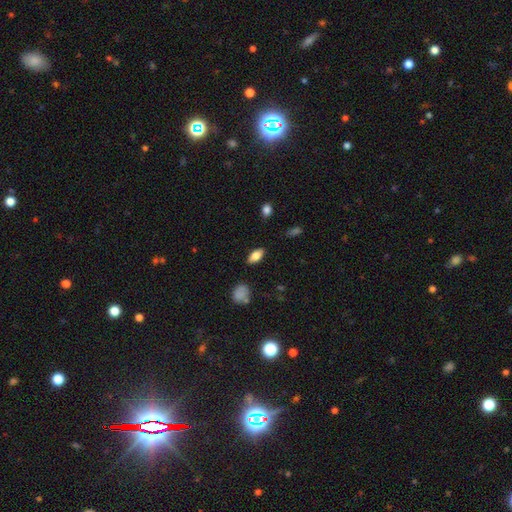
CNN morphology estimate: Smooth or featured? Predicted: smooth (p=0.77). How rounded? Predicted: in between (p=0.88). Merging? Predicted: none (p=0.86).